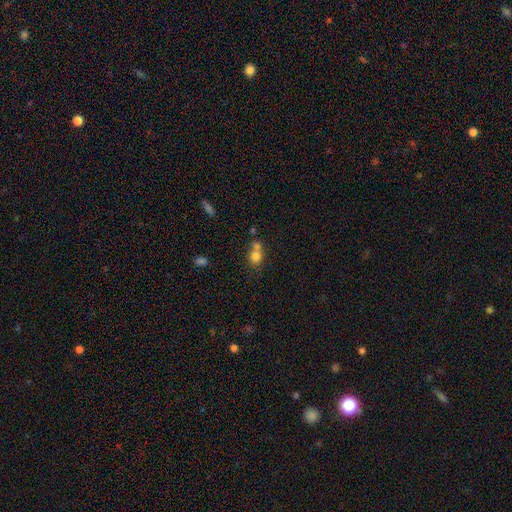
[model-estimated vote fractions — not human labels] Overall: smooth (77%). How rounded: round (72%). Merging: merger (52%; none 36%).